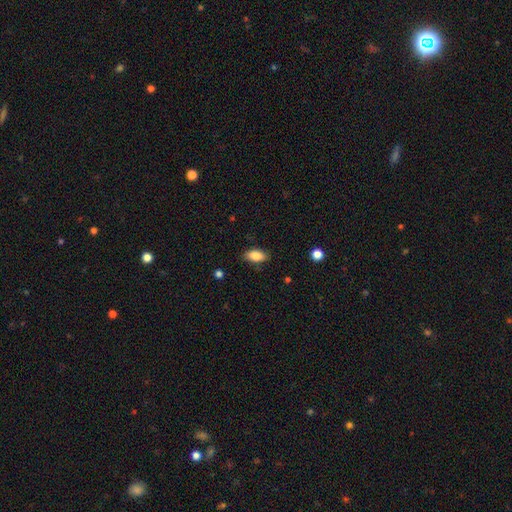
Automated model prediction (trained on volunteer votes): A smooth galaxy with no disk features (86%) that is in between round and cigar-shaped (90%).

Vote fractions:
- Smooth or featured? smooth: 86% / star or artifact: 7% / featured or disk: 7%
- How rounded? in between: 90% / cigar-shaped: 7% / round: 4%
- Merging? none: 85% / minor disturbance: 12% / major disturbance: 3% / merger: 1%